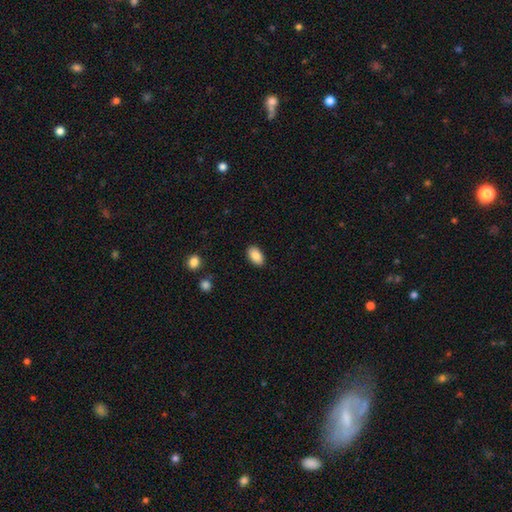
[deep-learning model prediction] Smooth or featured? smooth (88%)
How rounded? in between (93%)
Merging? none (88%)